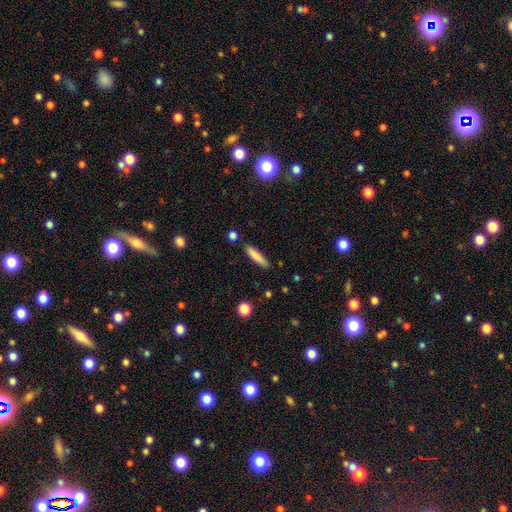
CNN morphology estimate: smooth-or-featured: smooth: 82% | featured or disk: 12% | star or artifact: 7%
  how-rounded: cigar-shaped: 84% | in between: 14% | round: 2%
  merging: none: 84% | minor disturbance: 11% | merger: 3% | major disturbance: 2%